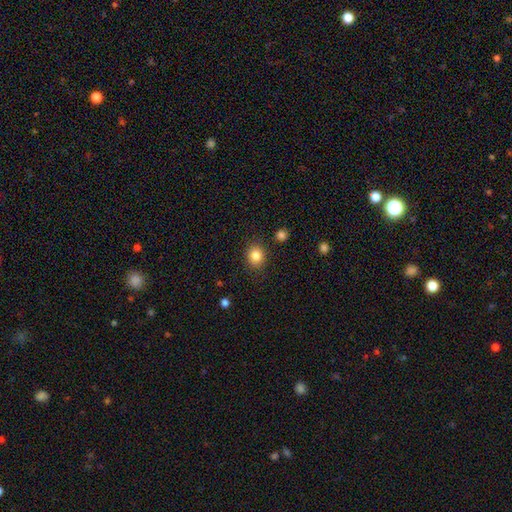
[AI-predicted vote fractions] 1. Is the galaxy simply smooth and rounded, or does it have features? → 84% smooth, 10% star or artifact, 5% featured or disk.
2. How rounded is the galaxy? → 73% round, 26% in between, 1% cigar-shaped.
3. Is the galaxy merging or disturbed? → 88% none, 8% minor disturbance, 2% major disturbance, 2% merger.